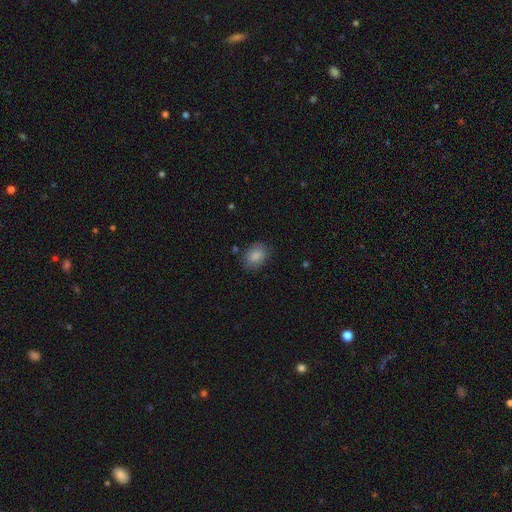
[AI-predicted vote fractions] Smooth or featured? Predicted: smooth (p=0.85). How rounded? Predicted: in between (p=0.64). Merging? Predicted: none (p=0.79).